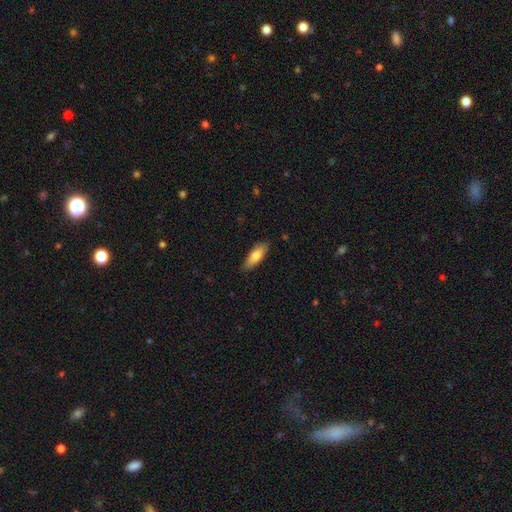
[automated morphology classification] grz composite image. It shows a smooth galaxy with no disk features (77%) that is in between round and cigar-shaped (54%). Merging: none (85%).